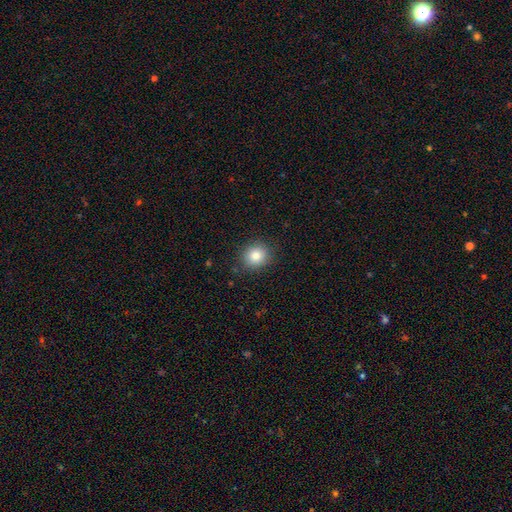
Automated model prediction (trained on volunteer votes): Overall: smooth (83%). How rounded: round (78%). Merging: none (87%).